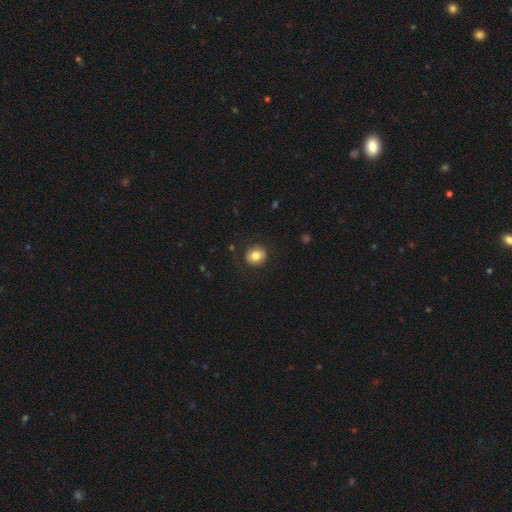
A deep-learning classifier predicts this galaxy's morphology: Smooth or featured?
  - smooth: 80% *
  - featured or disk: 11%
  - star or artifact: 9%
How rounded?
  - round: 84% *
  - in between: 15%
  - cigar-shaped: 1%
Merging?
  - none: 87% *
  - minor disturbance: 9%
  - major disturbance: 3%
  - merger: 1%